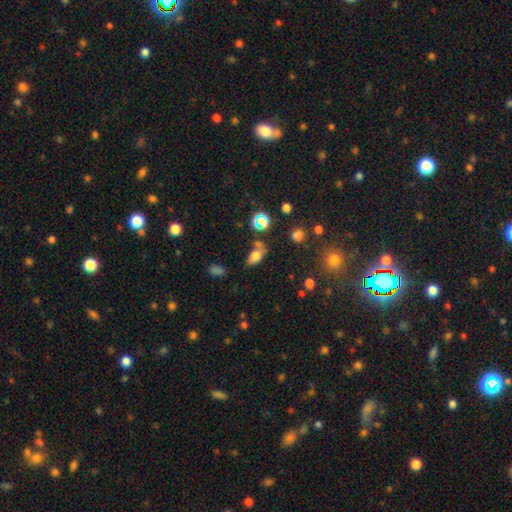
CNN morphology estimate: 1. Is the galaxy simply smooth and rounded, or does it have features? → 71% smooth, 15% star or artifact, 14% featured or disk.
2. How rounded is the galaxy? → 87% in between, 9% round, 5% cigar-shaped.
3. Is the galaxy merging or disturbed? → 57% none, 20% minor disturbance, 15% merger, 8% major disturbance.